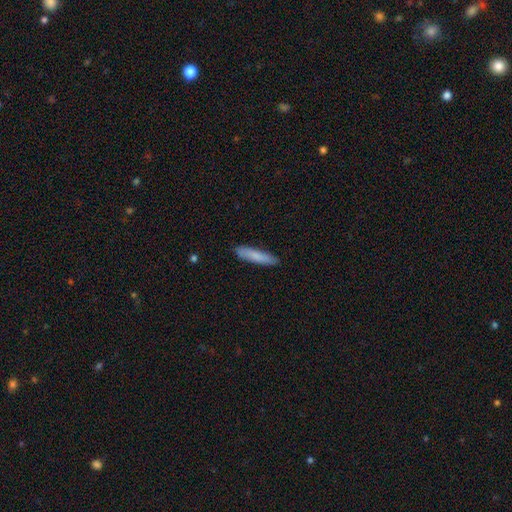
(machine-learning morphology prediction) This is likely a smooth galaxy (78%). How rounded: clearly cigar-shaped (86%). Merging: clearly none (87%).